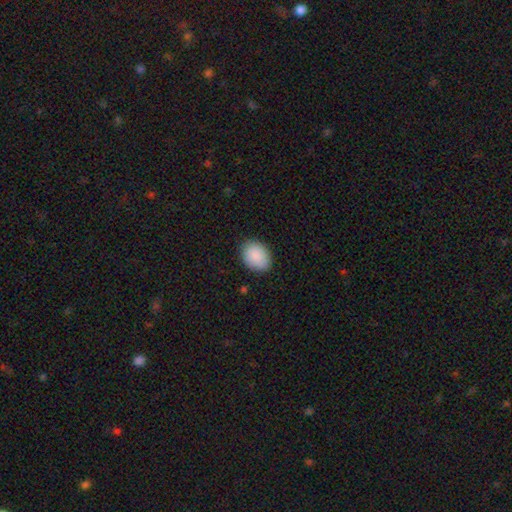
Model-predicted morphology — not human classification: Smooth or featured: smooth — 89% (star or artifact — 6%)
How rounded: in between — 71% (round — 28%)
Merging: none — 84% (minor disturbance — 12%)